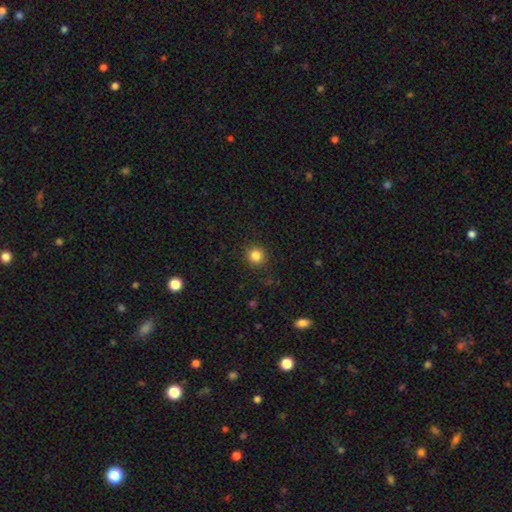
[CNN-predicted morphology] smooth-or-featured: smooth: 85% | star or artifact: 11% | featured or disk: 4%
  how-rounded: round: 92% | in between: 7% | cigar-shaped: 1%
  merging: none: 90% | minor disturbance: 7% | major disturbance: 2% | merger: 1%